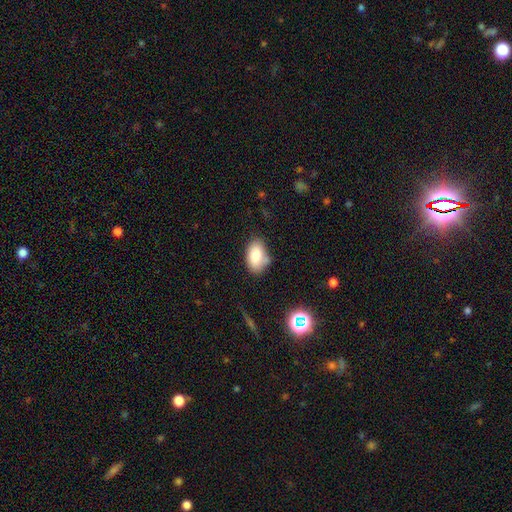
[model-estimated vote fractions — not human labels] smooth 81%, featured or disk 11%, star or artifact 9%. Down the decision tree: how rounded — in between (90%); merging — none (67%).